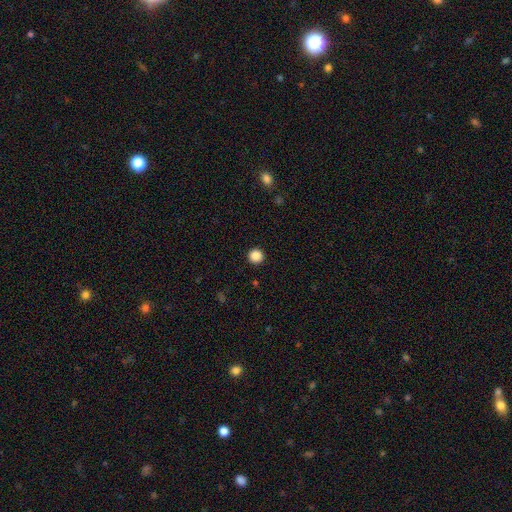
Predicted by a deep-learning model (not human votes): This is clearly a smooth galaxy (87%). How rounded: clearly round (96%). Merging: clearly none (94%).